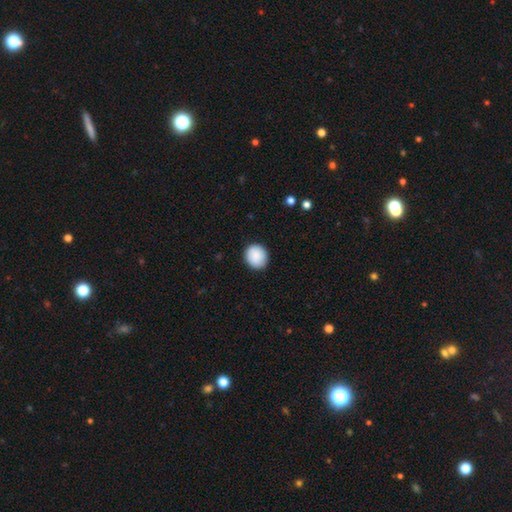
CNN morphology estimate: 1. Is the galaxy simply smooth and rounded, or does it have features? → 89% smooth, 7% star or artifact, 4% featured or disk.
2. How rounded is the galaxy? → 79% round, 20% in between, 1% cigar-shaped.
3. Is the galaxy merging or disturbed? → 89% none, 8% minor disturbance, 2% major disturbance, 1% merger.